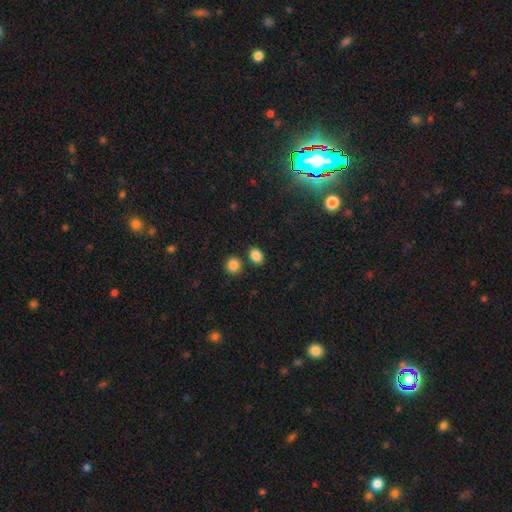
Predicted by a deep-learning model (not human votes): Smooth or featured: smooth — 86% (star or artifact — 10%)
How rounded: in between — 62% (round — 37%)
Merging: none — 77% (merger — 11%)